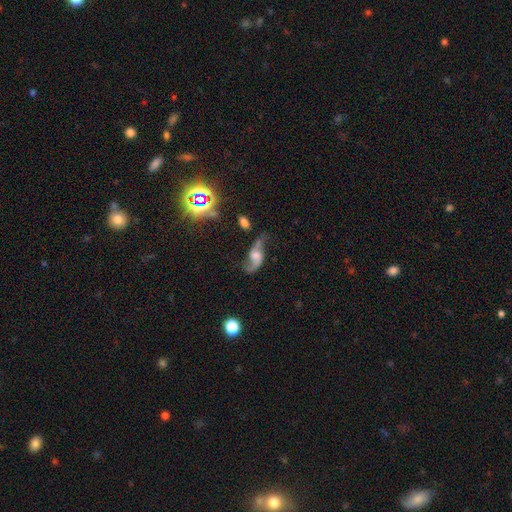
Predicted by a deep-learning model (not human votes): Smooth or featured? featured or disk (76%)
Edge-on disk? no (93%)
Bar? no (56%)
Spiral arms? yes (92%)
Spiral winding? loose (80%)
Spiral arm count? 2 (88%)
Bulge size? moderate (36%)
Merging? none (56%)